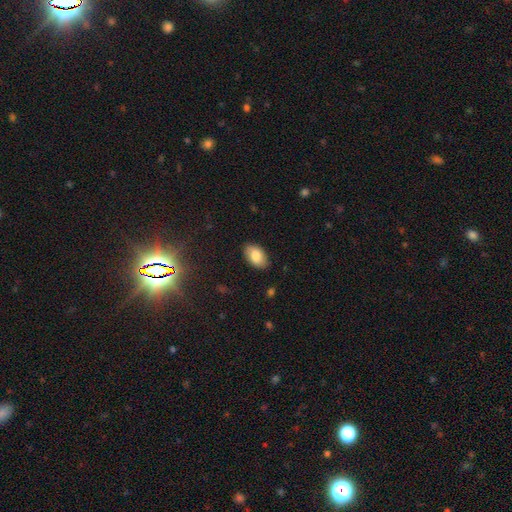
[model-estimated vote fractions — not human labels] This appears to be a smooth galaxy with no disk features (82%) that is in between round and cigar-shaped (93%). Merging: none (85%).